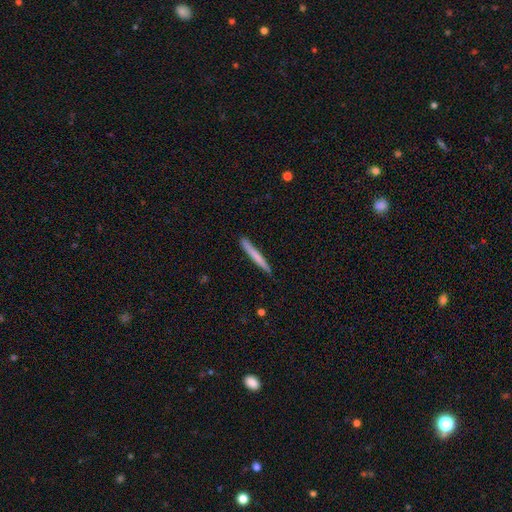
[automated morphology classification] This appears to be a smooth galaxy with no disk features (68%) that is cigar-shaped (97%). Merging: none (89%).